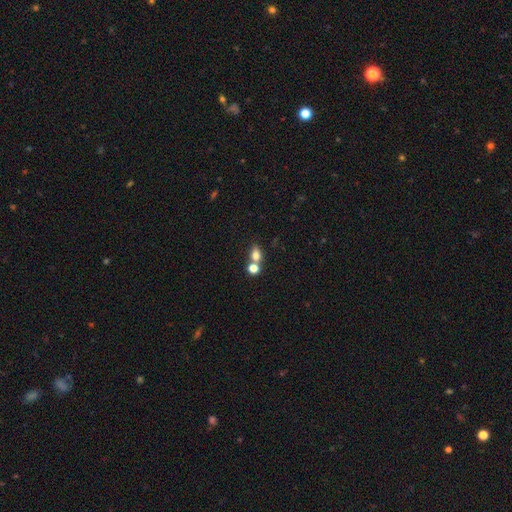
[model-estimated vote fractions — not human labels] Morphology: type=smooth (73%); roundness=in between (58%); merging=none (46%).